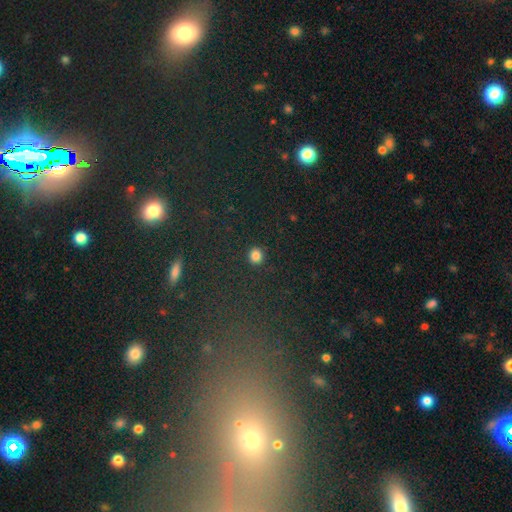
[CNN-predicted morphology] type=smooth (83%); roundness=round (88%); merging=none (91%).